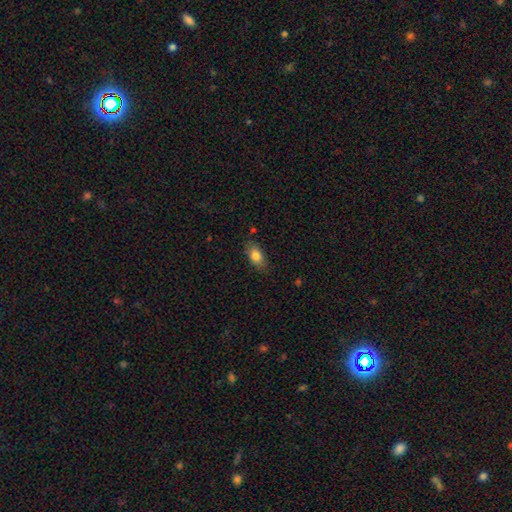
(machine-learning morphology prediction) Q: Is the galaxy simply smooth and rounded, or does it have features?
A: smooth — 81%.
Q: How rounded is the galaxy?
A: in between — 86%.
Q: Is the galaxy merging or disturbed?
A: none — 79%.